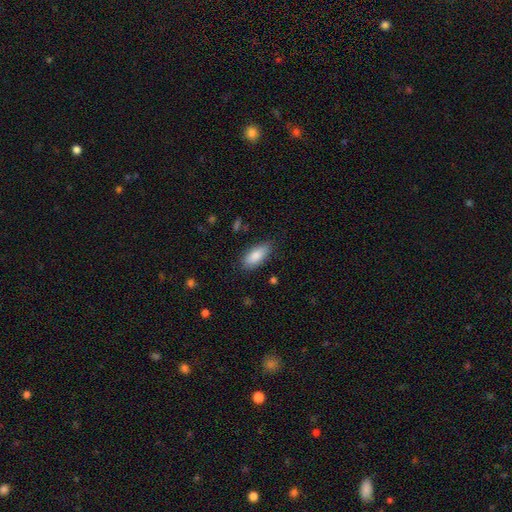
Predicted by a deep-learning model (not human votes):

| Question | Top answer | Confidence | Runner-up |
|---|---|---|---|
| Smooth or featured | smooth | 86% | featured or disk (8%) |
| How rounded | in between | 84% | cigar-shaped (14%) |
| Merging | none | 80% | minor disturbance (15%) |